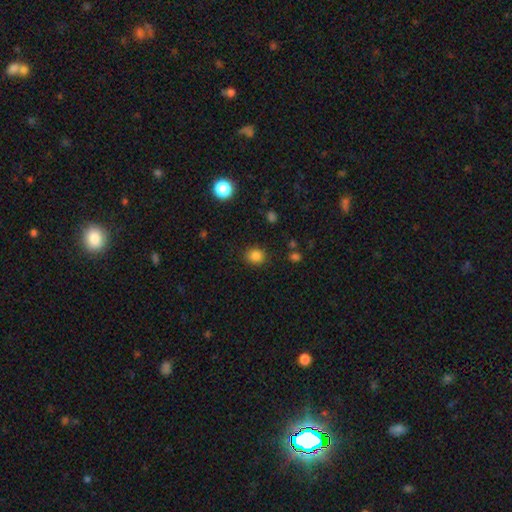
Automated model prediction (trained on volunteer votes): A smooth galaxy with no disk features (84%) that is round (77%). Merging: none (87%).